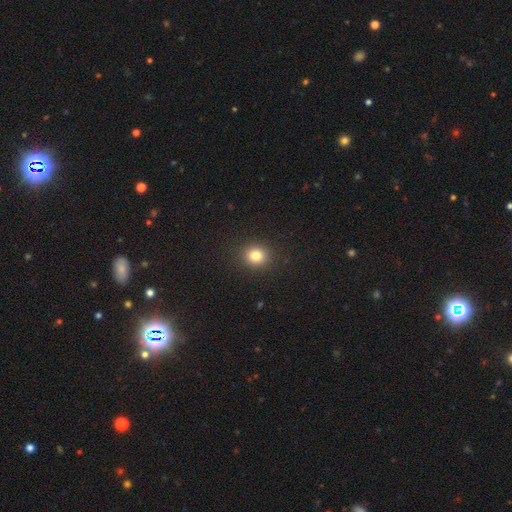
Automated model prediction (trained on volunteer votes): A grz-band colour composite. It shows a smooth galaxy with no disk features (82%) that is round (81%). Merging: none (90%).